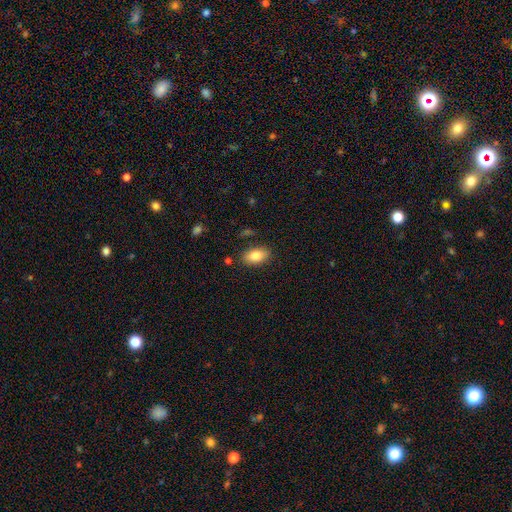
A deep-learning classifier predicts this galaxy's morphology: smooth 83%, featured or disk 10%, star or artifact 7%. Down the decision tree: how rounded — in between (91%); merging — none (84%).